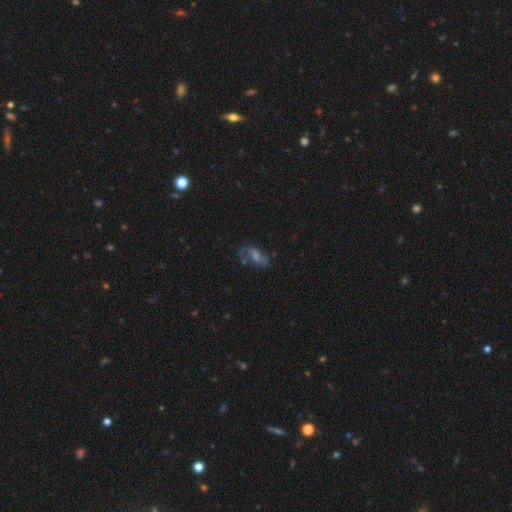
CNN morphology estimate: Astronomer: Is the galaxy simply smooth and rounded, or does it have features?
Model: featured or disk — 57%.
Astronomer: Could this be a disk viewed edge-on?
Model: no — 91%.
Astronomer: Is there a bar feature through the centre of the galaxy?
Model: no — 45% (runner-up: weak, 40%).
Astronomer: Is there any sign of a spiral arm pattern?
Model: yes — 76%.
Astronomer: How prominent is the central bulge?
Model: moderate — 42% (runner-up: small, 37%).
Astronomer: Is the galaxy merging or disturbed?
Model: none — 60%.